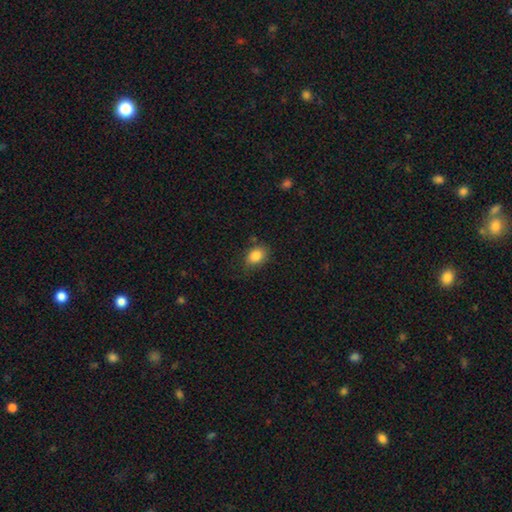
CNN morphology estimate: Smooth or featured? smooth (85%)
How rounded? in between (71%)
Merging? none (74%)